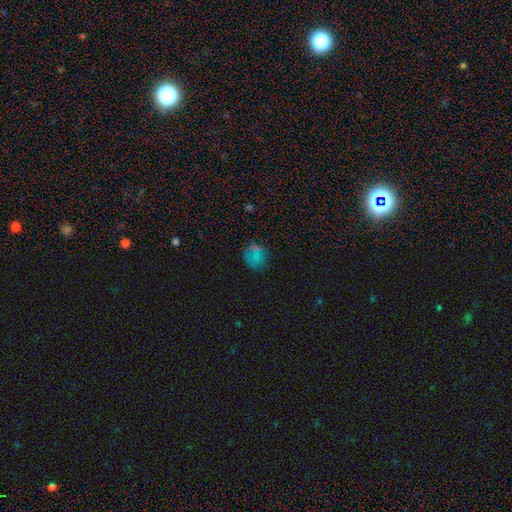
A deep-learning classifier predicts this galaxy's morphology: Overall: smooth (62%; star or artifact 26%). How rounded: round (80%). Merging: none (73%).